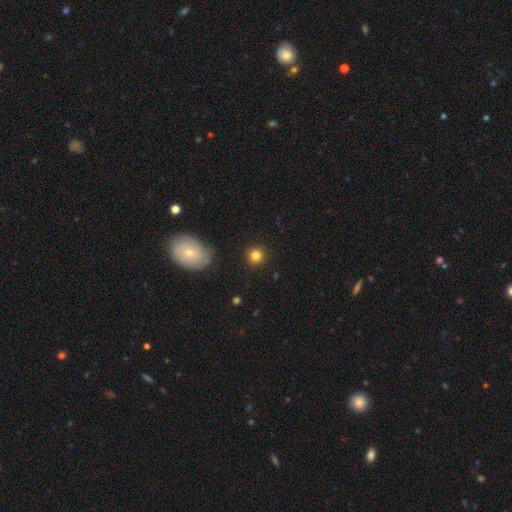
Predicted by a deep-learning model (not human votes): Morphology: type=smooth (83%); roundness=round (93%); merging=none (90%).